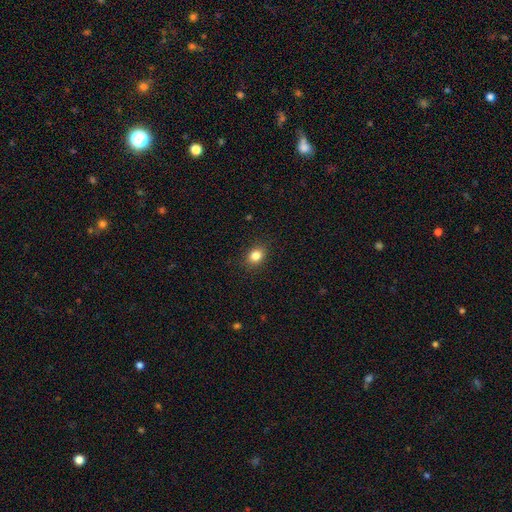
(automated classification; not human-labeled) Smooth or featured?
  - smooth: 84% *
  - star or artifact: 11%
  - featured or disk: 6%
How rounded?
  - in between: 51% *
  - round: 48%
  - cigar-shaped: 1%
Merging?
  - none: 88% *
  - minor disturbance: 9%
  - major disturbance: 2%
  - merger: 1%